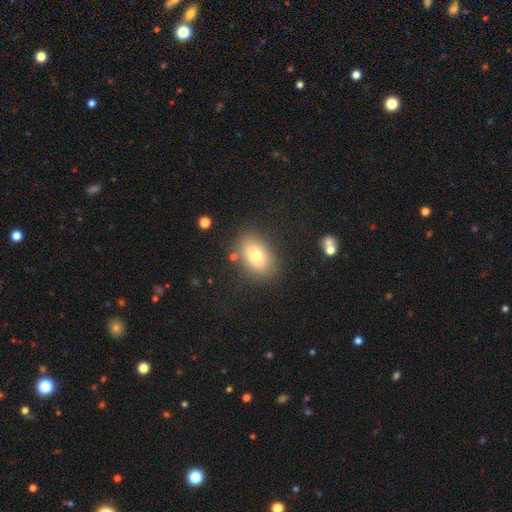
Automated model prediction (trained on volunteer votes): The model was most divided on "smooth or featured": smooth: 76%, featured or disk: 14%, star or artifact: 9%. More confident: how rounded — in between (85%); merging — none (81%).